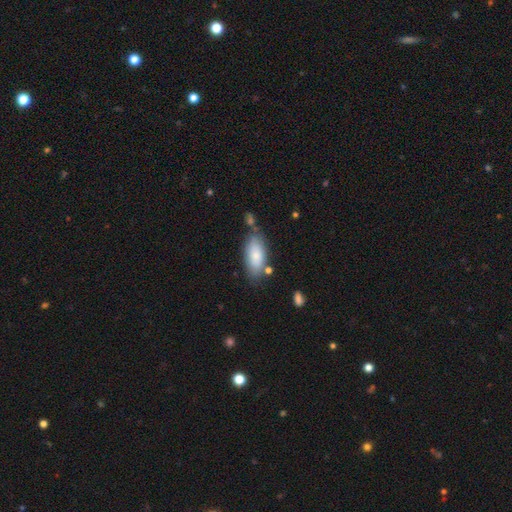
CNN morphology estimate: Smooth or featured? Predicted: smooth (p=0.79). How rounded? Predicted: in between (p=0.89). Merging? Predicted: none (p=0.69).